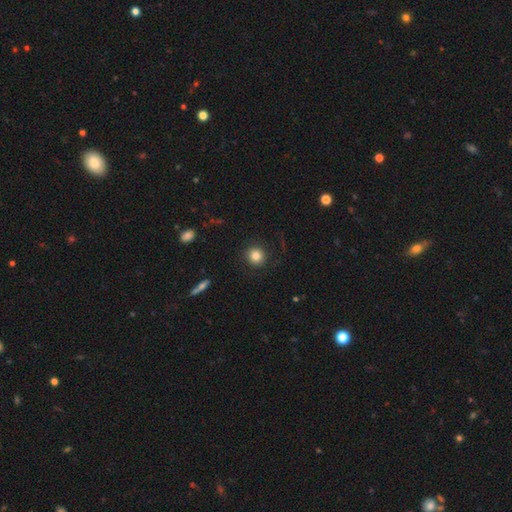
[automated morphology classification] Smooth or featured: smooth — 83% (star or artifact — 10%)
How rounded: round — 93% (in between — 6%)
Merging: none — 89% (minor disturbance — 7%)